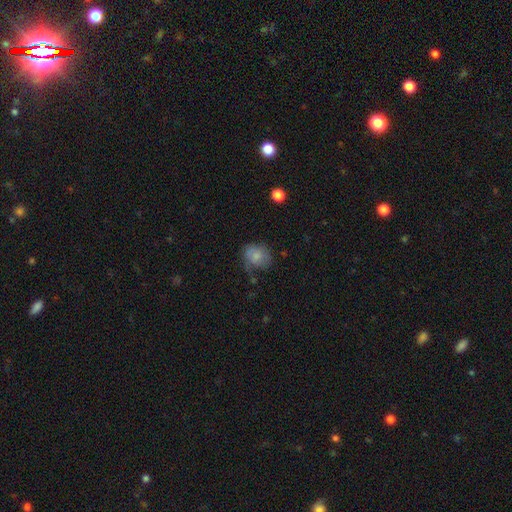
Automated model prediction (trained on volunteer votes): smooth 67%, featured or disk 24%, star or artifact 9%. Down the decision tree: how rounded — round (57%); merging — none (46%).